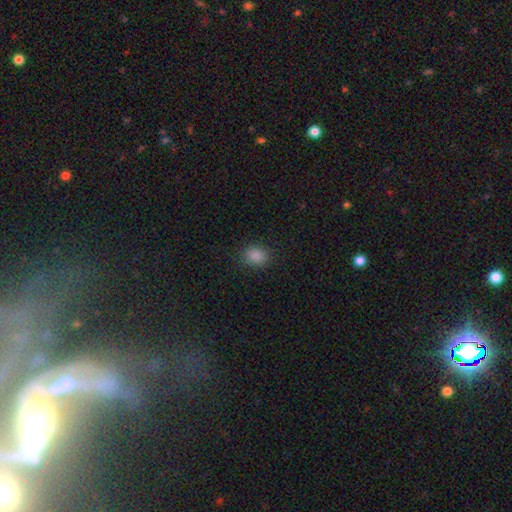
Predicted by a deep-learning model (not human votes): Smooth or featured?
  - smooth: 86% *
  - star or artifact: 11%
  - featured or disk: 3%
How rounded?
  - in between: 51% *
  - round: 48%
  - cigar-shaped: 1%
Merging?
  - none: 85% *
  - minor disturbance: 11%
  - major disturbance: 3%
  - merger: 1%